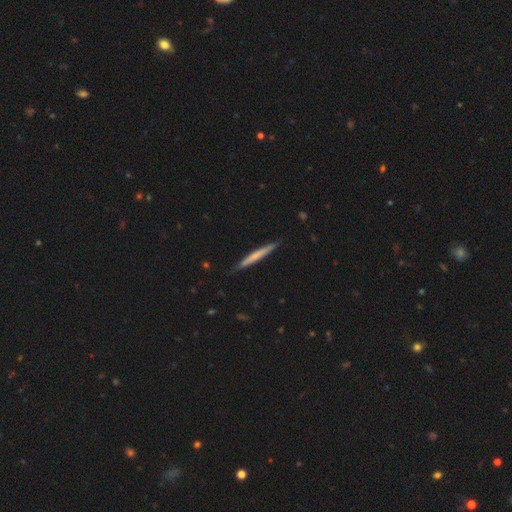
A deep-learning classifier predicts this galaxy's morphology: Smooth or featured: smooth — 57% (featured or disk — 38%)
How rounded: cigar-shaped — 96% (in between — 2%)
Merging: none — 88% (minor disturbance — 10%)